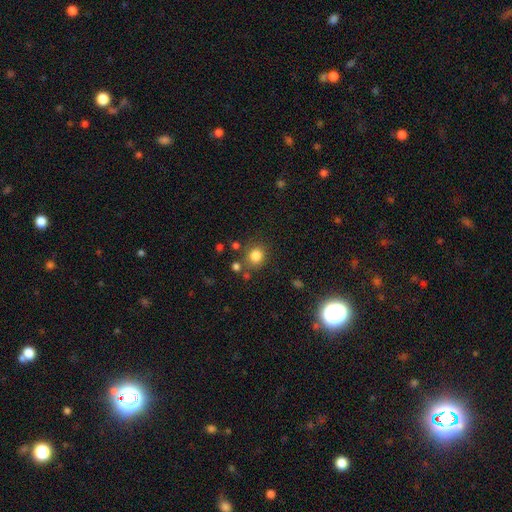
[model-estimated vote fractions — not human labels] The model was most divided on "how rounded": round: 81%, in between: 18%, cigar-shaped: 1%. More confident: smooth or featured — smooth (82%); merging — none (78%).